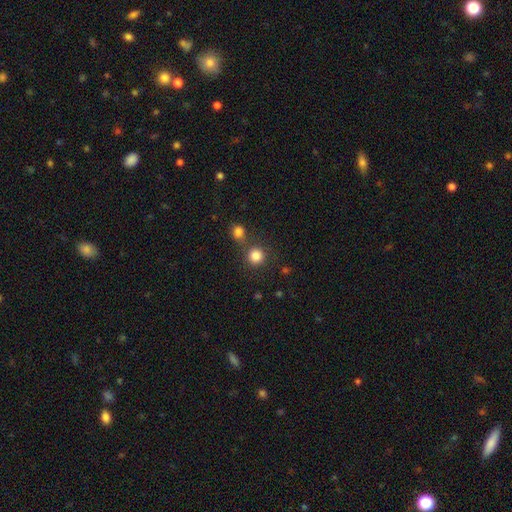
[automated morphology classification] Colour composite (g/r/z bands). It shows a smooth galaxy with no disk features (83%) that is round (92%). Merging: none (73%).